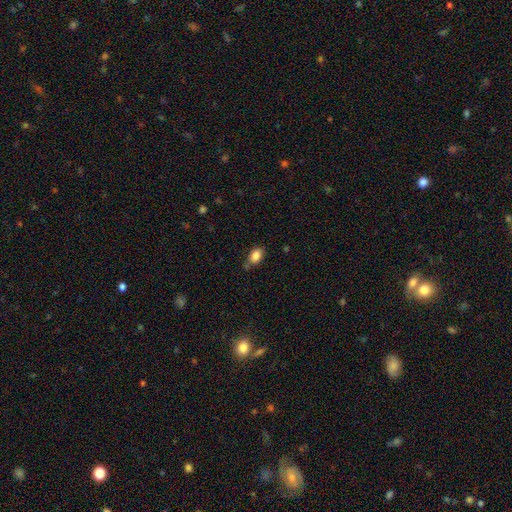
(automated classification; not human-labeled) Smooth or featured?
  - smooth: 85% *
  - star or artifact: 9%
  - featured or disk: 6%
How rounded?
  - in between: 83% *
  - round: 15%
  - cigar-shaped: 2%
Merging?
  - none: 69% *
  - minor disturbance: 22%
  - merger: 4%
  - major disturbance: 4%